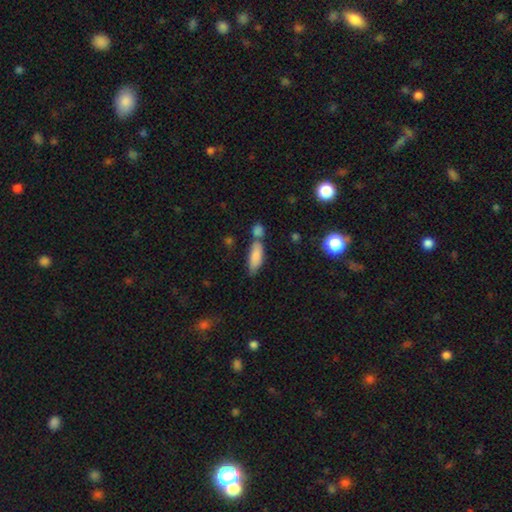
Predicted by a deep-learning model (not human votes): A smooth galaxy with no disk features (81%) that is in between round and cigar-shaped (71%). Merging: none (48%).